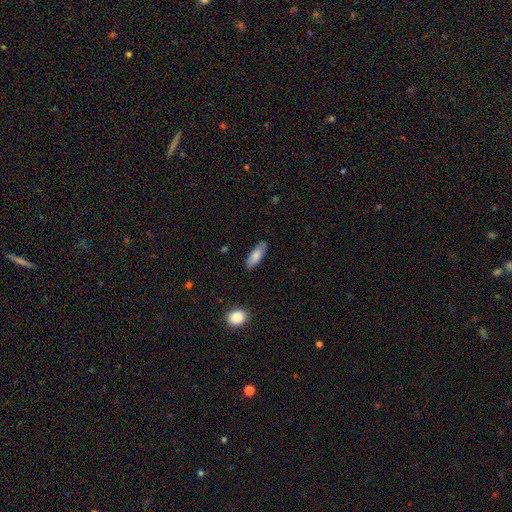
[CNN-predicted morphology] A smooth galaxy with no disk features (81%) that is in between round and cigar-shaped (68%). Merging: none (83%).